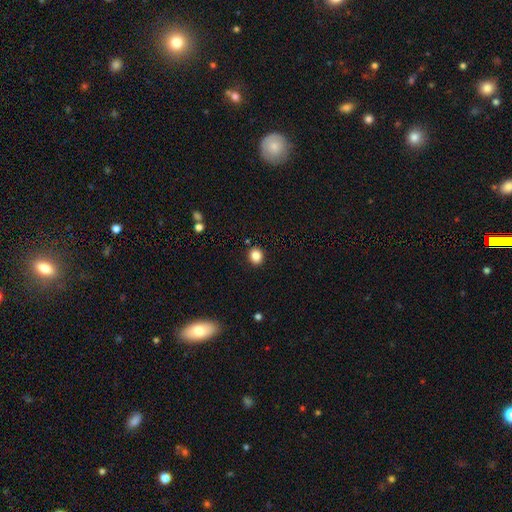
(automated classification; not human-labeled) Smooth or featured: smooth — 85% (star or artifact — 10%)
How rounded: round — 74% (in between — 25%)
Merging: none — 90% (minor disturbance — 6%)